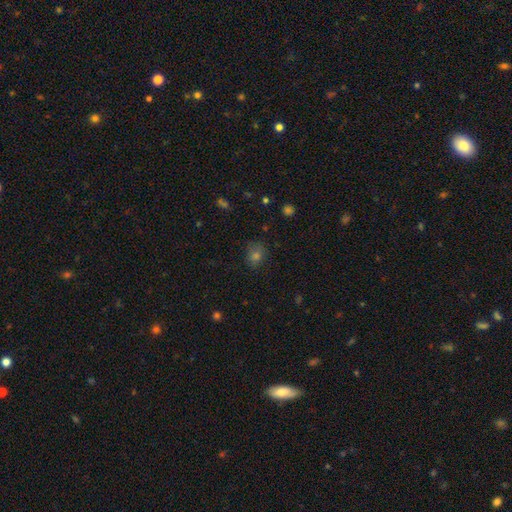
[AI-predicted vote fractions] Q: Smooth or featured?
A: smooth (68%); runner-up: star or artifact (23%)
Q: How rounded?
A: round (66%); runner-up: in between (33%)
Q: Merging?
A: none (76%); runner-up: minor disturbance (17%)